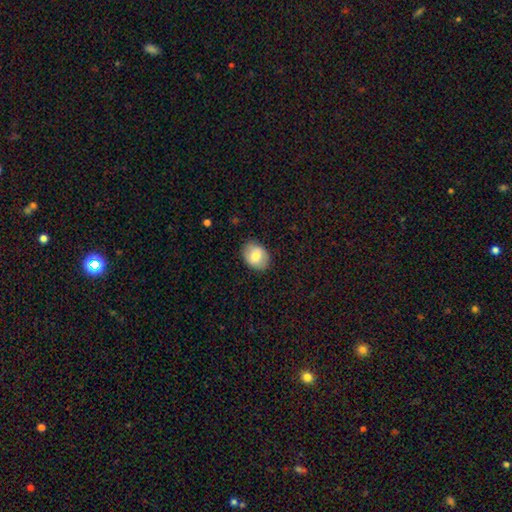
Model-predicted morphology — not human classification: Overall: smooth (77%). How rounded: in between (63%; round 36%). Merging: none (85%).